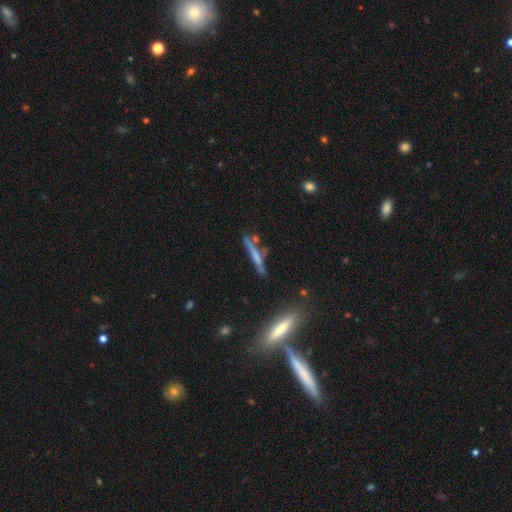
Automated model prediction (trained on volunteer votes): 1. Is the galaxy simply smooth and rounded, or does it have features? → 46% featured or disk (tied), 46% smooth (tied), 9% star or artifact.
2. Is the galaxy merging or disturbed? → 70% none, 17% minor disturbance, 8% merger, 5% major disturbance.